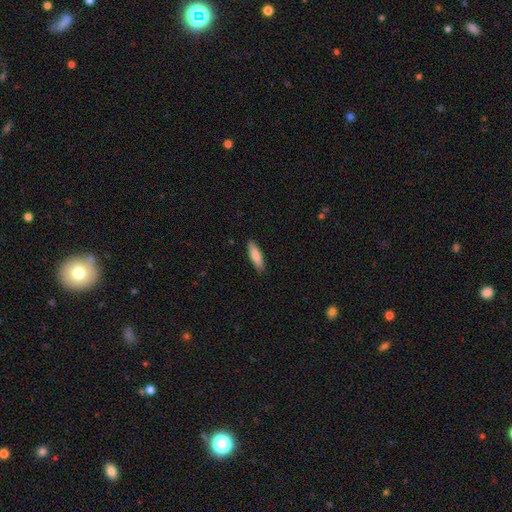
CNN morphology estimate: Overall: smooth (82%). How rounded: cigar-shaped (59%; in between 39%). Merging: none (89%).